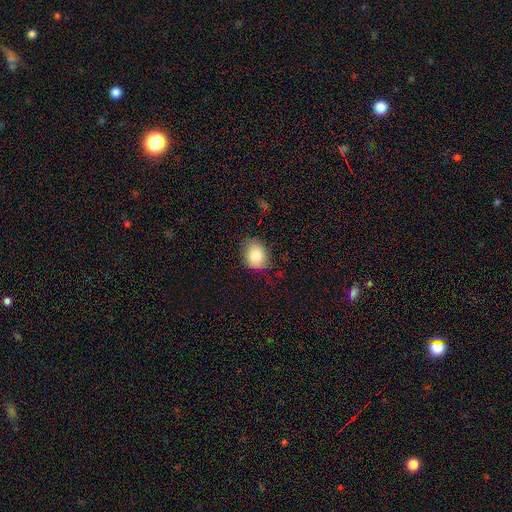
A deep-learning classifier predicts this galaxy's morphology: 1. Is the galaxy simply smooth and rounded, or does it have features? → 86% smooth, 8% star or artifact, 6% featured or disk.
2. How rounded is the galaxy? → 56% in between, 43% round, 1% cigar-shaped.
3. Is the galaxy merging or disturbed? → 73% none, 21% minor disturbance, 5% major disturbance, 1% merger.